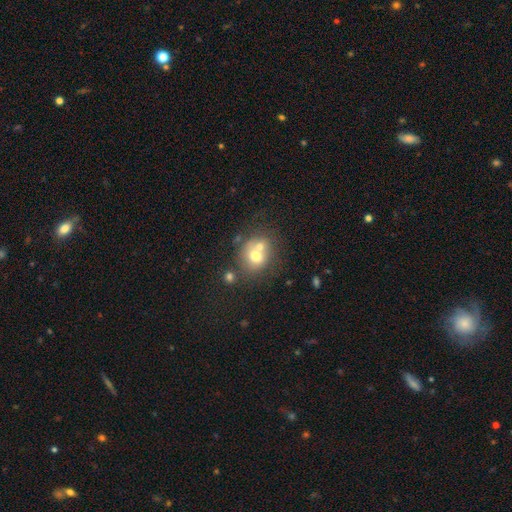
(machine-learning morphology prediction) A smooth galaxy with no disk features (66%) that is round (74%). Merging: merger (44%).